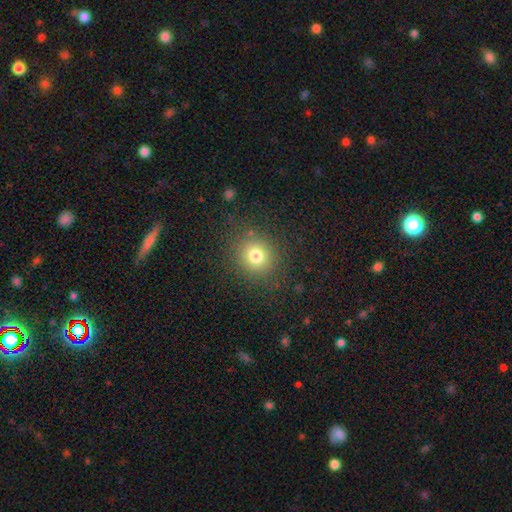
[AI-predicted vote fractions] Smooth or featured? Predicted: smooth (p=0.76). How rounded? Predicted: round (p=0.87). Merging? Predicted: none (p=0.86).